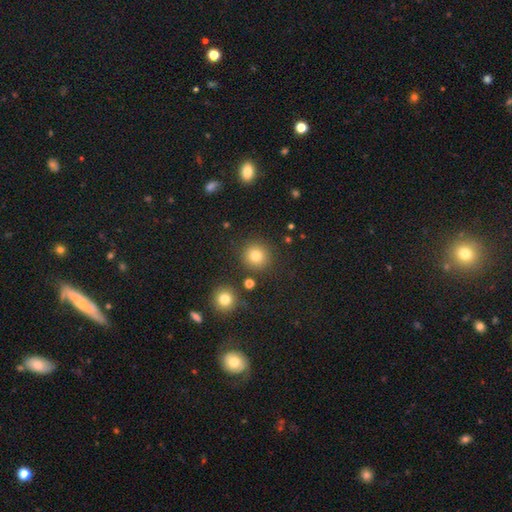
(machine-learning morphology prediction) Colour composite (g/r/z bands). It shows a smooth galaxy with no disk features (81%) that is round (92%). Merging: none (87%).